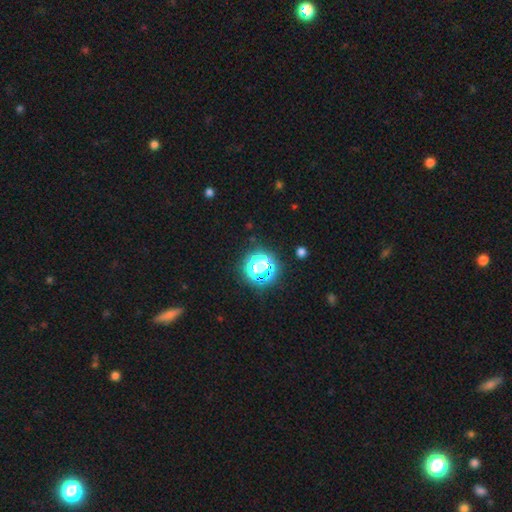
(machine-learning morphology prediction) The model was most divided on "smooth or featured": star or artifact: 73%, smooth: 20%, featured or disk: 7%.